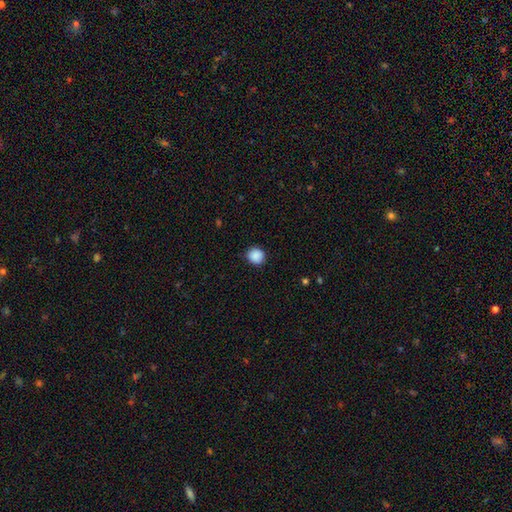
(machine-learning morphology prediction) This appears to be a smooth galaxy with no disk features (88%) that is round (87%). Merging: none (87%).